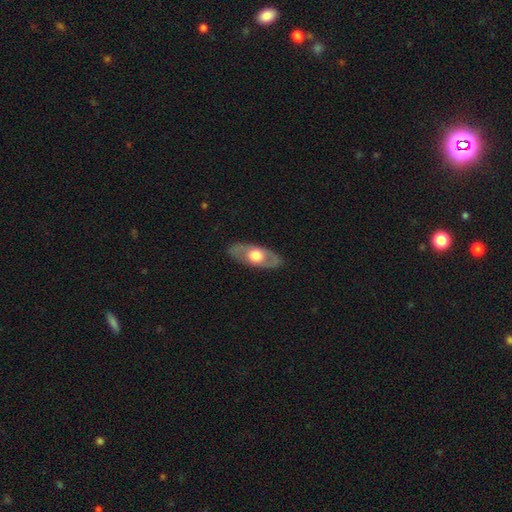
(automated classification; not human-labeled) Smooth or featured?
  - featured or disk: 50% *
  - smooth: 45%
  - star or artifact: 5%
Edge-on disk?
  - no: 70% *
  - yes: 30%
Merging?
  - none: 85% *
  - minor disturbance: 11%
  - major disturbance: 3%
  - merger: 1%